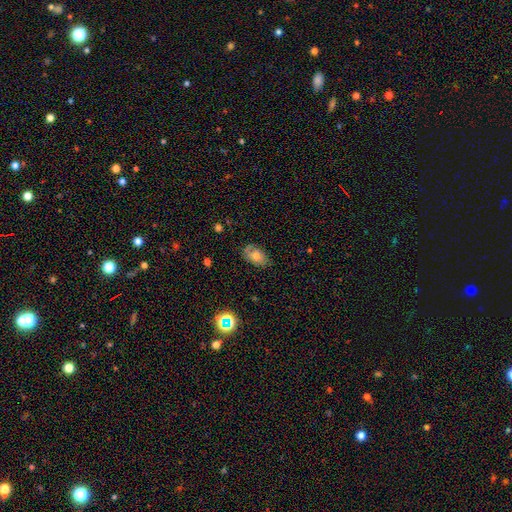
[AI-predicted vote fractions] Q: Smooth or featured?
A: smooth (62%); runner-up: featured or disk (24%)
Q: How rounded?
A: in between (87%); runner-up: round (11%)
Q: Merging?
A: none (70%); runner-up: minor disturbance (22%)